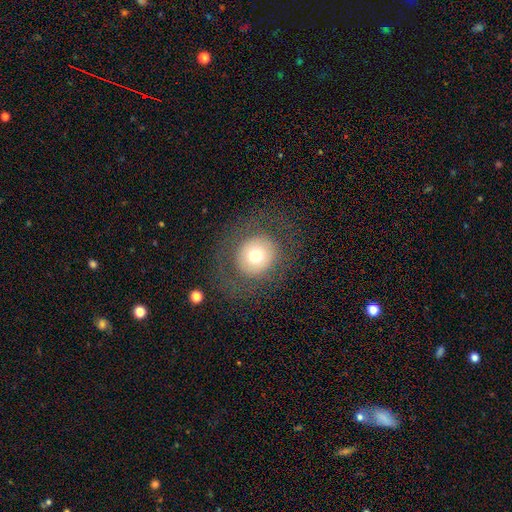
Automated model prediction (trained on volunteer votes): Smooth or featured: smooth — 63% (featured or disk — 25%)
How rounded: round — 87% (in between — 12%)
Merging: none — 78% (major disturbance — 11%)